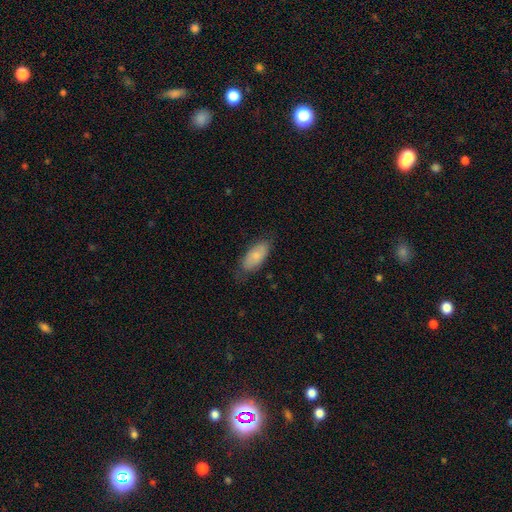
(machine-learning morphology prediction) smooth-or-featured: smooth: 79% | featured or disk: 15% | star or artifact: 6%
  how-rounded: in between: 87% | cigar-shaped: 11% | round: 2%
  merging: none: 73% | minor disturbance: 21% | major disturbance: 5% | merger: 1%